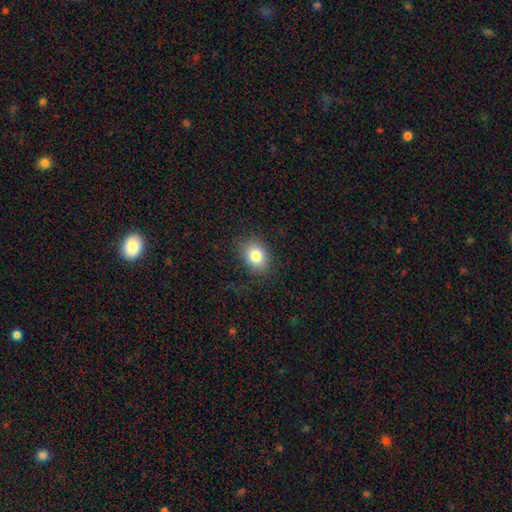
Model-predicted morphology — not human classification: The model was most divided on "how rounded": in between: 63%, round: 36%, cigar-shaped: 1%. More confident: merging — none (83%); smooth or featured — smooth (81%).